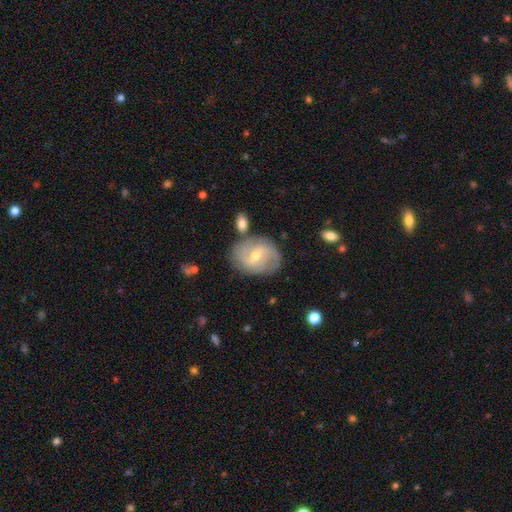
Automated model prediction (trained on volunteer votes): This appears to be a featured or disk galaxy (75%) with a weak bar (57%), 2 (64%) medium (43%) spiral arms (88%) and a moderate central bulge (54%). Merging: none (72%).